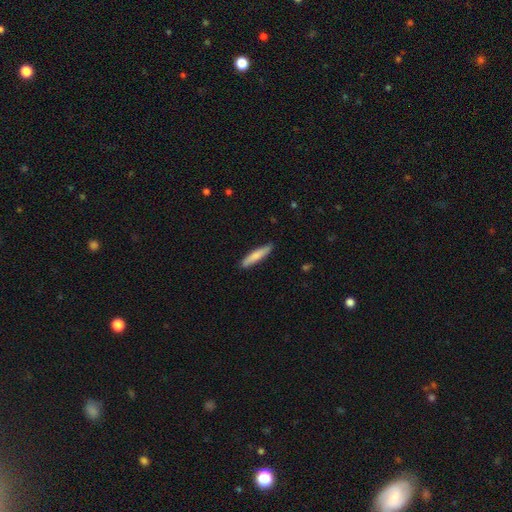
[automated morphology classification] Smooth or featured: smooth — 79% (featured or disk — 16%)
How rounded: cigar-shaped — 86% (in between — 12%)
Merging: none — 87% (minor disturbance — 10%)